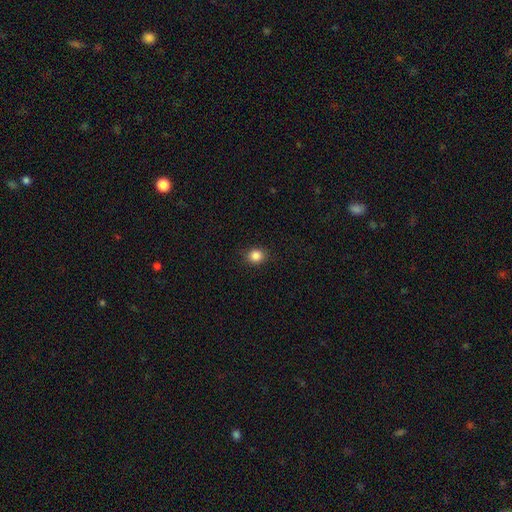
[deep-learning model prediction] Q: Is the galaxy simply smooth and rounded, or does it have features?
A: smooth — 86%.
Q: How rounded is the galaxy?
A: round — 76%.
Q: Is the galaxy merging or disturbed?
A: none — 89%.